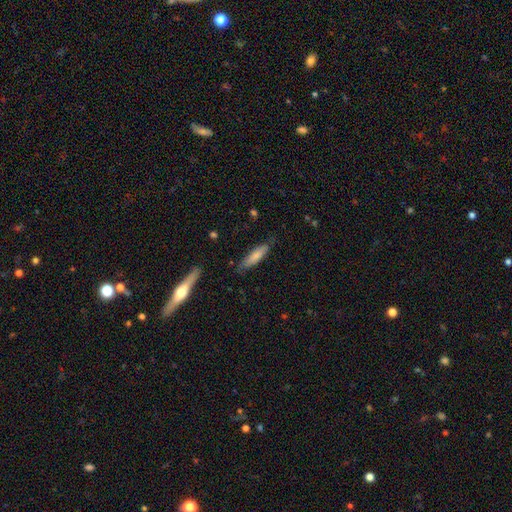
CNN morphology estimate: Q: Smooth or featured?
A: smooth (75%); runner-up: featured or disk (19%)
Q: How rounded?
A: cigar-shaped (69%); runner-up: in between (29%)
Q: Merging?
A: none (74%); runner-up: minor disturbance (20%)